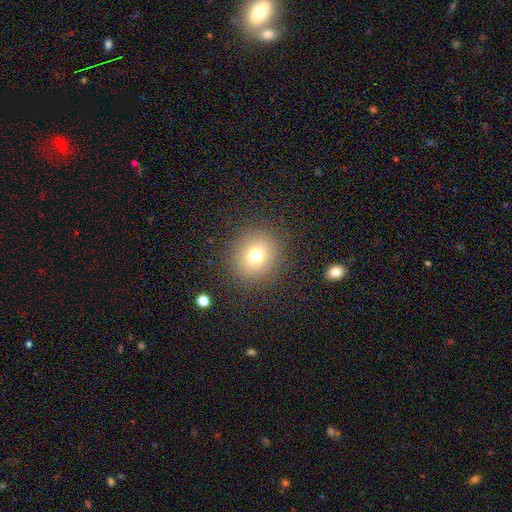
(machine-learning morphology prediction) A smooth galaxy with no disk features (72%) that is round (84%).

Vote fractions:
- Smooth or featured? smooth: 72% / star or artifact: 16% / featured or disk: 11%
- How rounded? round: 84% / in between: 15% / cigar-shaped: 1%
- Merging? none: 88% / minor disturbance: 7% / major disturbance: 4% / merger: 1%